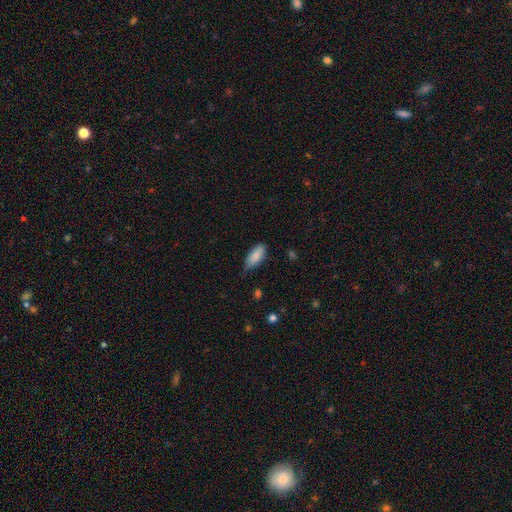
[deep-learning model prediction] This appears to be a smooth galaxy with no disk features (87%) that is in between round and cigar-shaped (82%). Merging: none (68%).